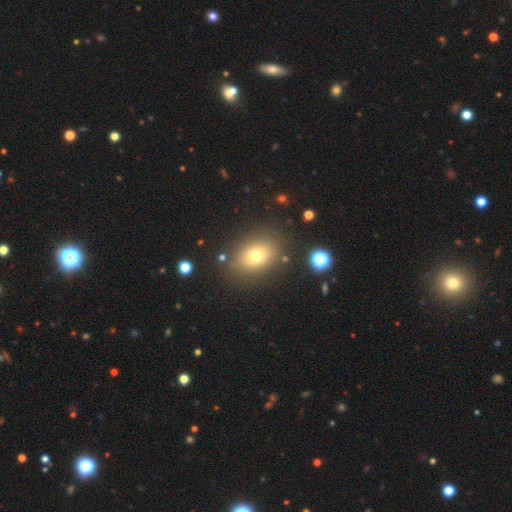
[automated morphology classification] A smooth galaxy with no disk features (72%) that is in between round and cigar-shaped (65%).

Vote fractions:
- Smooth or featured? smooth: 72% / star or artifact: 14% / featured or disk: 14%
- How rounded? in between: 65% / round: 34% / cigar-shaped: 1%
- Merging? none: 82% / minor disturbance: 10% / major disturbance: 5% / merger: 3%